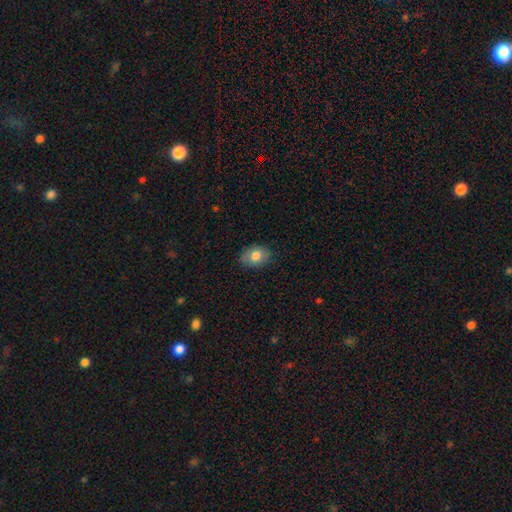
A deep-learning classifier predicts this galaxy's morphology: Smooth or featured? smooth (80%)
How rounded? in between (76%)
Merging? none (84%)